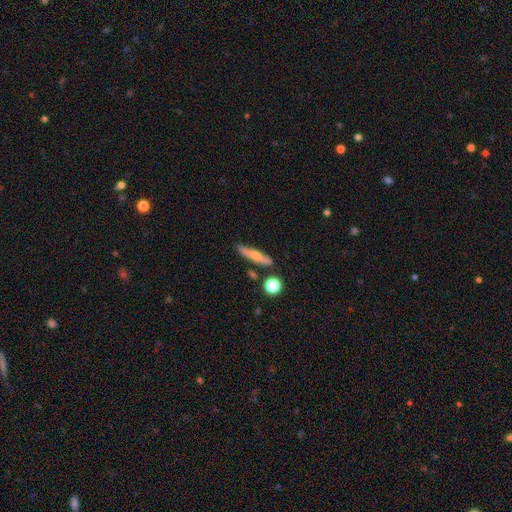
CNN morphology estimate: Smooth or featured? Predicted: smooth (p=0.51). How rounded? Predicted: cigar-shaped (p=0.81). Merging? Predicted: none (p=0.74).